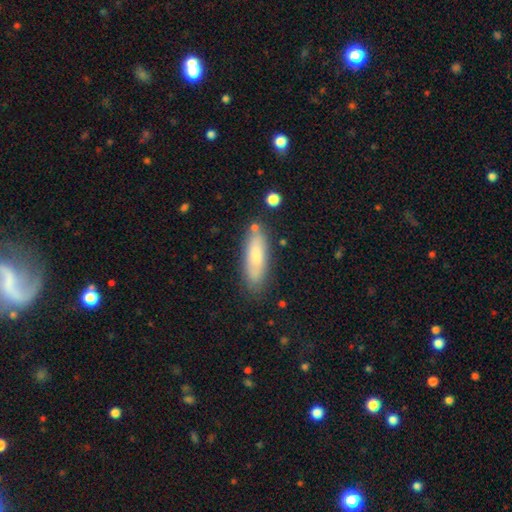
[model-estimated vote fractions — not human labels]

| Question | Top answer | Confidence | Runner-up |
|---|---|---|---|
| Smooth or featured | smooth | 70% | featured or disk (23%) |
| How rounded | in between | 53% | cigar-shaped (45%) |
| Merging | none | 75% | minor disturbance (16%) |